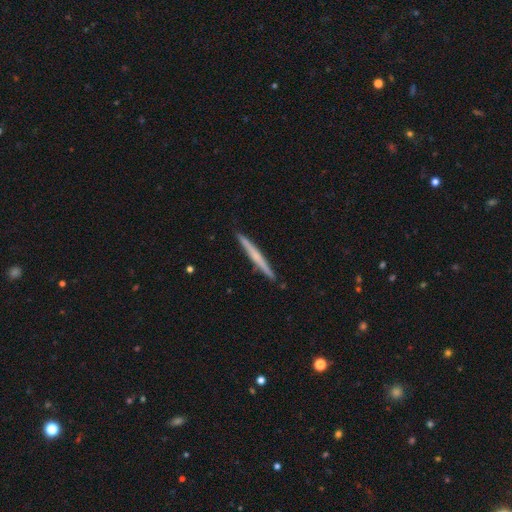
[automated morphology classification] A featured or disk galaxy (51%) viewed edge-on (98%). Merging: none (92%).